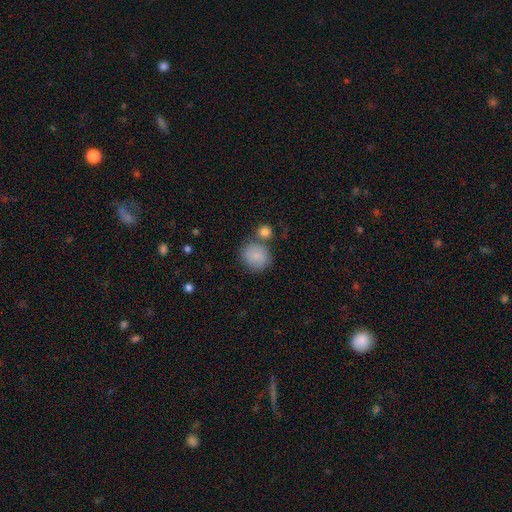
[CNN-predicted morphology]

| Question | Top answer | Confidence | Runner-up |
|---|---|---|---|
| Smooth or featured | smooth | 84% | featured or disk (9%) |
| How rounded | round | 77% | in between (22%) |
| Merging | none | 63% | merger (20%) |